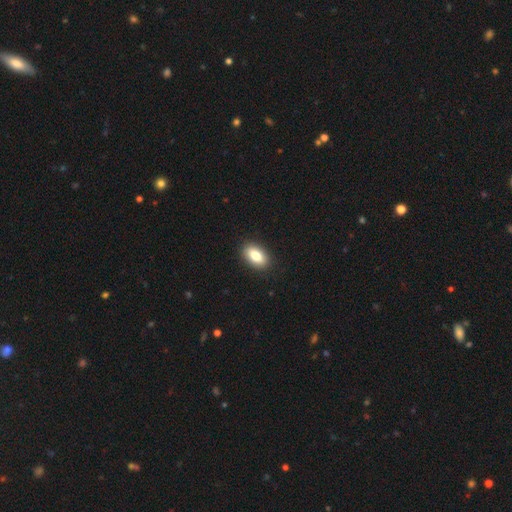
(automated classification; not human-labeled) Q: Smooth or featured?
A: smooth (84%); runner-up: featured or disk (9%)
Q: How rounded?
A: in between (90%); runner-up: round (7%)
Q: Merging?
A: none (90%); runner-up: minor disturbance (7%)